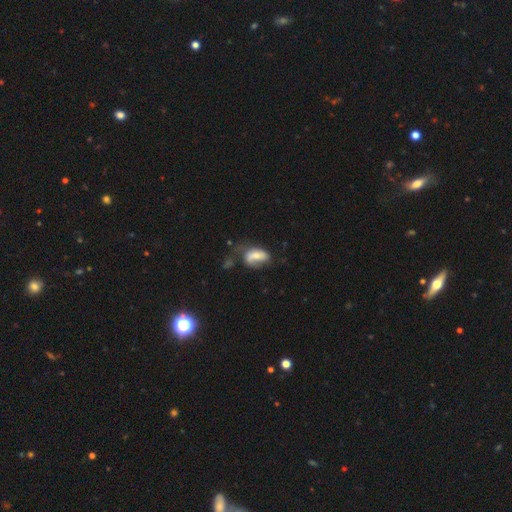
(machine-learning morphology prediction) A smooth galaxy with no disk features (54%) that is in between round and cigar-shaped (89%). Merging: none (33%).